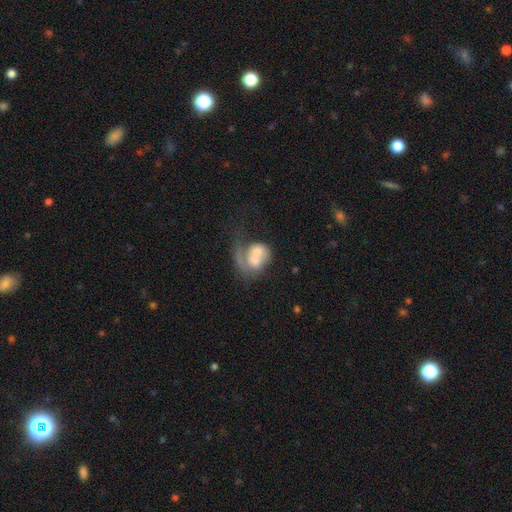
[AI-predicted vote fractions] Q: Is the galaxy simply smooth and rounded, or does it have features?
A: smooth — 49%.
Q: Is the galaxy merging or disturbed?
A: merger — 52%.